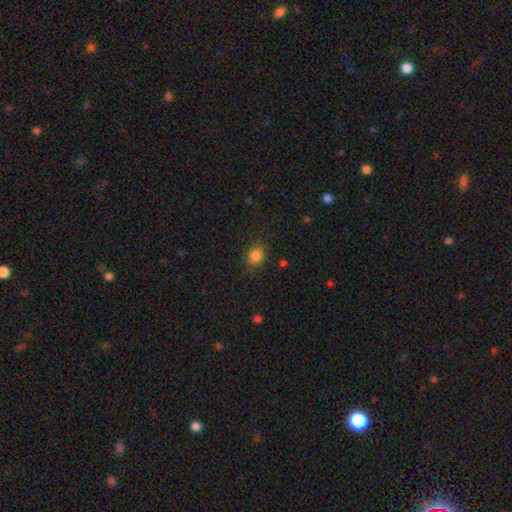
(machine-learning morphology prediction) Smooth or featured: smooth — 83% (star or artifact — 12%)
How rounded: round — 68% (in between — 31%)
Merging: none — 83% (minor disturbance — 12%)